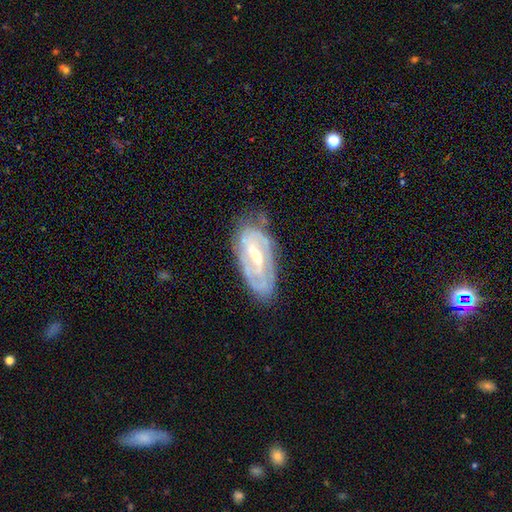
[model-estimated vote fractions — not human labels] A featured or disk galaxy (82%) with a weak bar (41%), 2 (45%) tight (62%) spiral arms (84%) and a moderate central bulge (58%). Merging: none (70%).